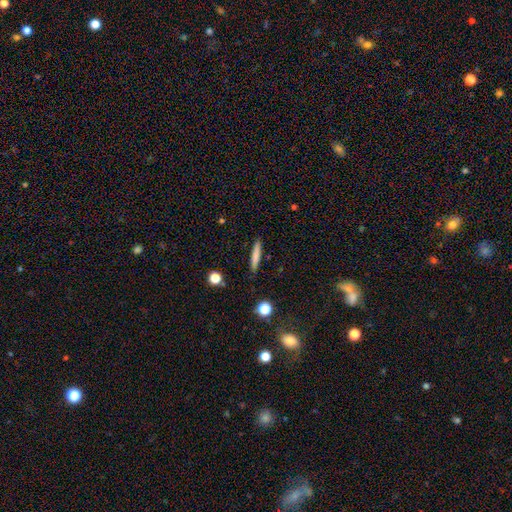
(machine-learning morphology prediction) Smooth or featured? Predicted: smooth (p=0.77). How rounded? Predicted: cigar-shaped (p=0.91). Merging? Predicted: none (p=0.89).